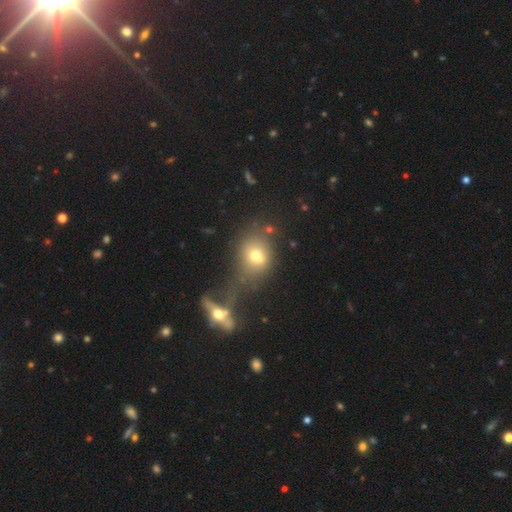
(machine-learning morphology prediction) This is likely a smooth galaxy (66%). How rounded: possibly round (58%). Merging: marginally none (39%).